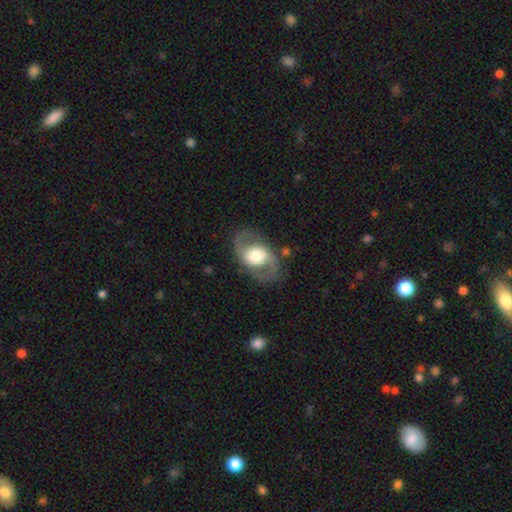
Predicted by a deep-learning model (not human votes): This appears to be a featured or disk galaxy (78%) with no bar (55%), 2 (92%) medium (50%) spiral arms (83%) and a moderate central bulge (46%). Merging: none (80%).